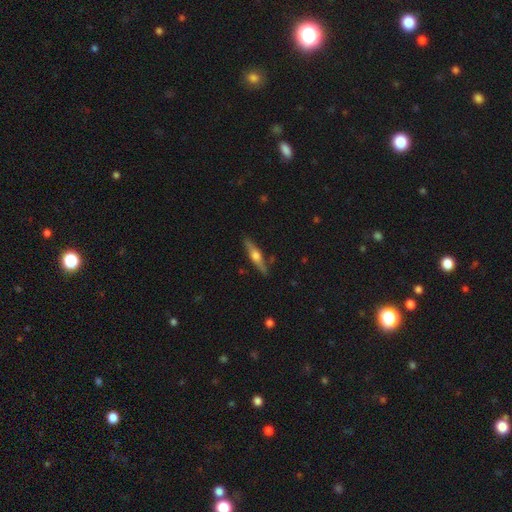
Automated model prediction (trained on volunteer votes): The model was most divided on "smooth or featured": featured or disk: 63%, smooth: 31%, star or artifact: 6%. More confident: edge-on disk — yes (96%); edge-on bulge — rounded (93%); merging — none (87%).